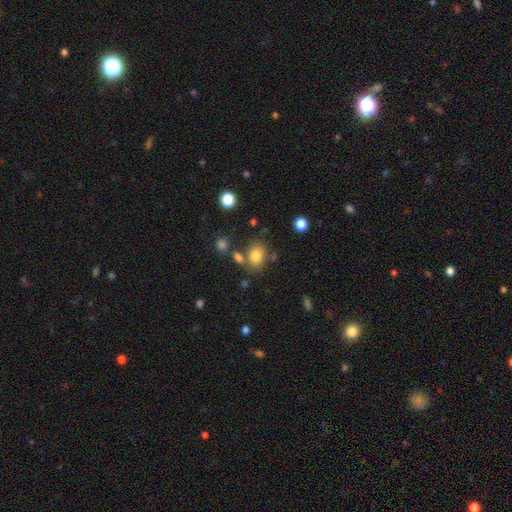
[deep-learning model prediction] smooth_or_featured: smooth (p=0.79) [alt: star or artifact p=0.11]
how_rounded: in between (p=0.64) [alt: round p=0.35]
merging: none (p=0.68) [alt: minor disturbance p=0.14]